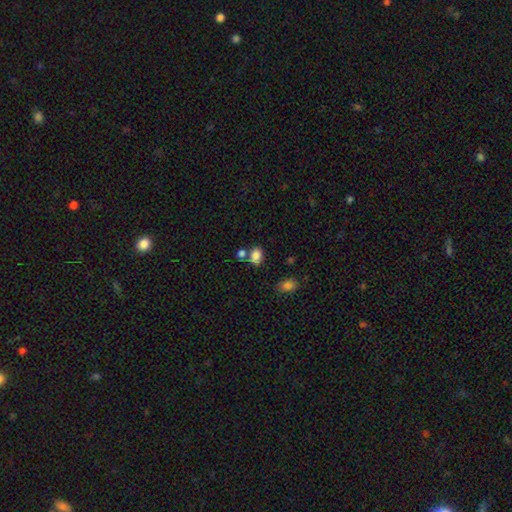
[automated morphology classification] A smooth galaxy with no disk features (84%) that is in between round and cigar-shaped (67%).

Vote fractions:
- Smooth or featured? smooth: 84% / star or artifact: 10% / featured or disk: 6%
- How rounded? in between: 67% / round: 32% / cigar-shaped: 1%
- Merging? none: 57% / merger: 23% / minor disturbance: 15% / major disturbance: 5%